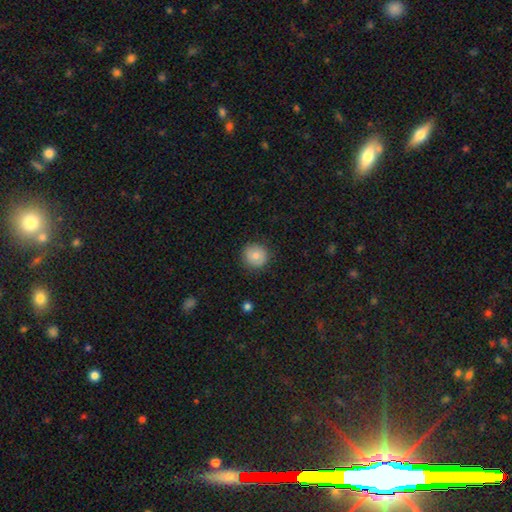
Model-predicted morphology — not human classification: Overall: smooth (79%). How rounded: round (93%). Merging: none (88%).